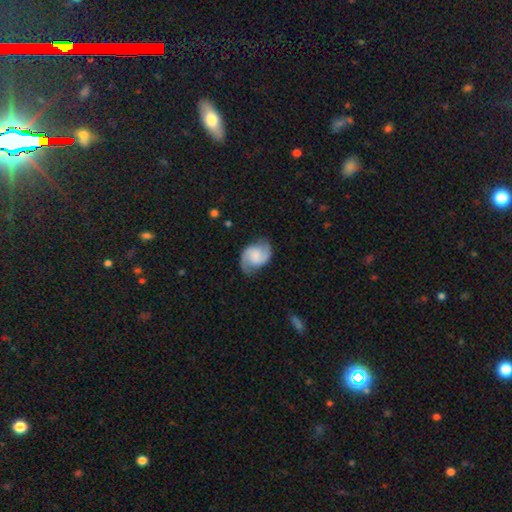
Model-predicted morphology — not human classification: Smooth or featured? Predicted: featured or disk (p=0.77). Edge-on disk? Predicted: no (p=0.98). Bar? Predicted: no (p=0.55). Spiral arms? Predicted: yes (p=0.96). Spiral winding? Predicted: medium (p=0.51). Spiral arm count? Predicted: 2 (p=0.92). Bulge size? Predicted: small (p=0.33). Merging? Predicted: none (p=0.75).